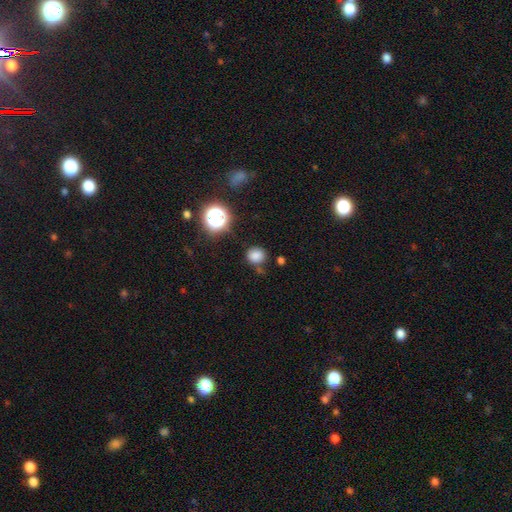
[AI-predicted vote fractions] Smooth or featured?
  - smooth: 80% *
  - star or artifact: 15%
  - featured or disk: 5%
How rounded?
  - round: 82% *
  - in between: 17%
  - cigar-shaped: 1%
Merging?
  - none: 79% *
  - minor disturbance: 12%
  - merger: 4%
  - major disturbance: 4%